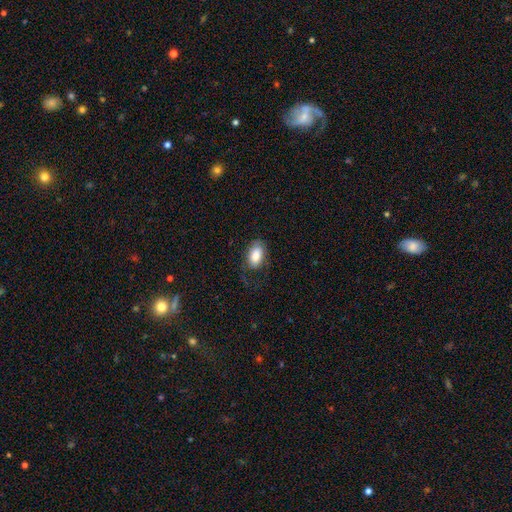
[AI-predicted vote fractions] Morphology: type=smooth (80%); roundness=in between (93%); merging=none (59%).